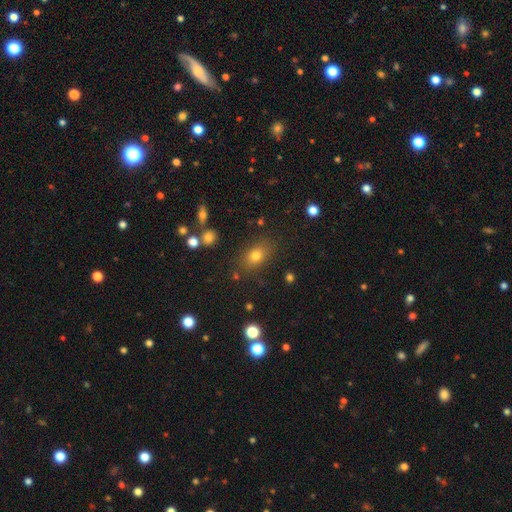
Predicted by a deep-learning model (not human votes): Q: Smooth or featured?
A: smooth (75%); runner-up: star or artifact (15%)
Q: How rounded?
A: in between (73%); runner-up: round (24%)
Q: Merging?
A: none (80%); runner-up: minor disturbance (12%)